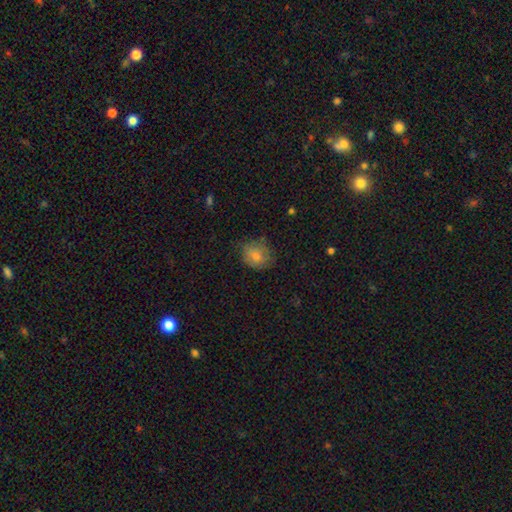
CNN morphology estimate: smooth-or-featured: smooth: 72% | featured or disk: 16% | star or artifact: 12%
  how-rounded: round: 56% | in between: 42% | cigar-shaped: 1%
  merging: none: 73% | minor disturbance: 20% | major disturbance: 5% | merger: 1%